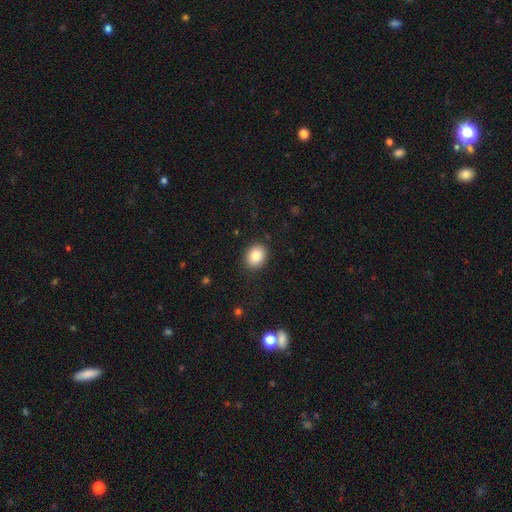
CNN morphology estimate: This is clearly a smooth galaxy (84%). How rounded: possibly round (53%). Merging: clearly none (89%).